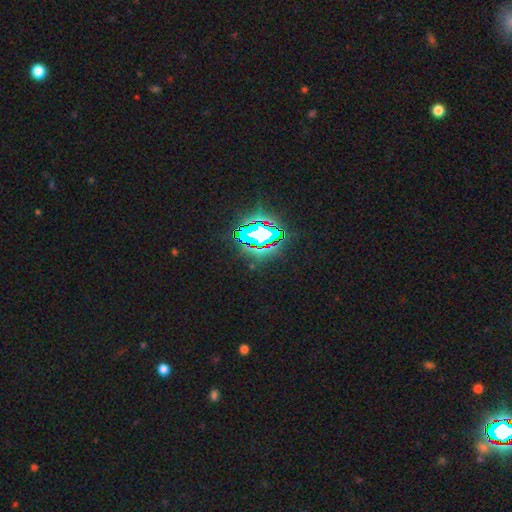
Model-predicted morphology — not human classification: Smooth or featured? star or artifact (84%)